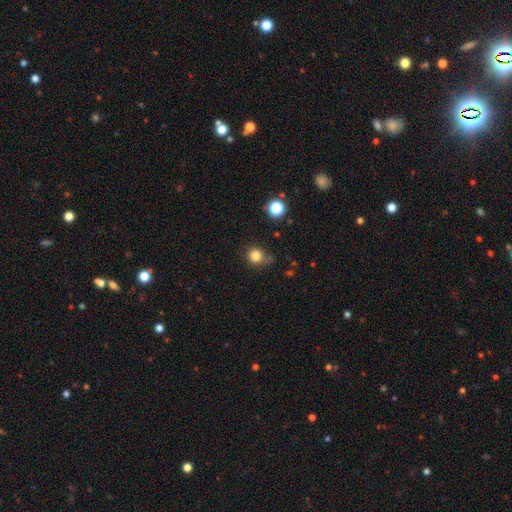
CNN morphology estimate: Overall: smooth (82%). How rounded: round (86%). Merging: none (70%).